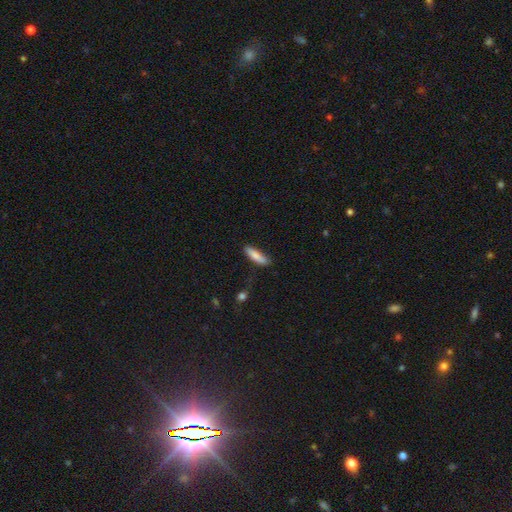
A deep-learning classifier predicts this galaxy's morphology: type=smooth (81%); roundness=cigar-shaped (59%); merging=none (77%).